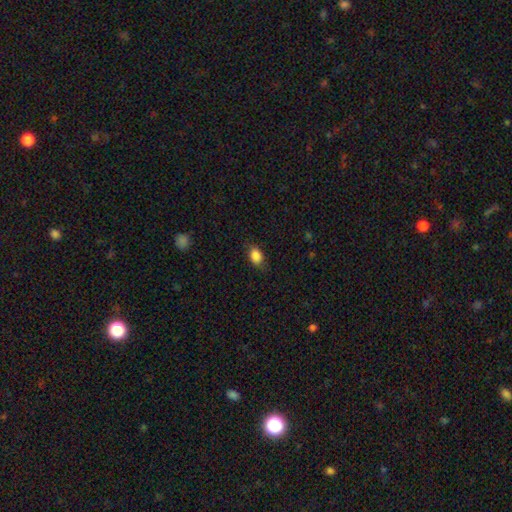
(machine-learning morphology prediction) smooth 86%, star or artifact 8%, featured or disk 5%. Down the decision tree: how rounded — in between (81%); merging — none (80%).